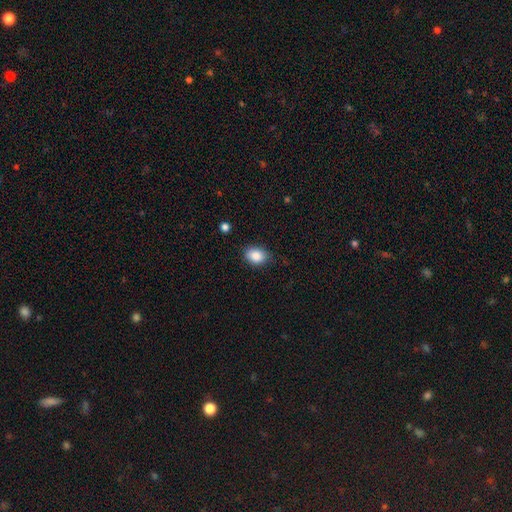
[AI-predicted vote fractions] This is clearly a smooth galaxy (87%). How rounded: likely in between (72%). Merging: likely none (79%).